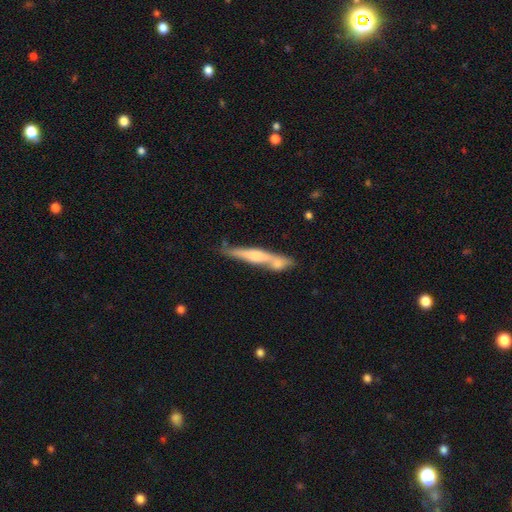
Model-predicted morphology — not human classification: Smooth or featured?
  - featured or disk: 54% *
  - smooth: 39%
  - star or artifact: 6%
Edge-on disk?
  - yes: 91% *
  - no: 9%
Merging?
  - none: 54% *
  - merger: 27%
  - minor disturbance: 15%
  - major disturbance: 4%